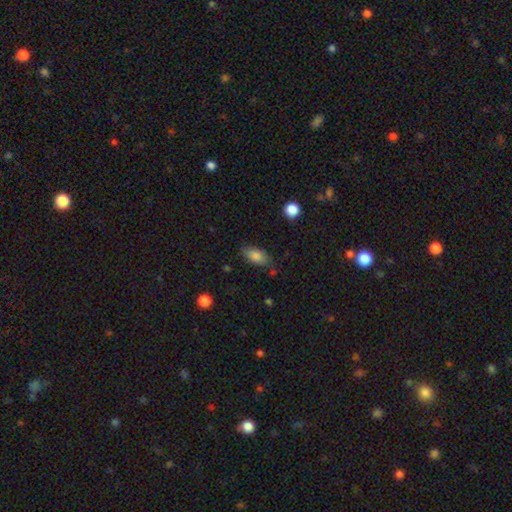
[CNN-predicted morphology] Smooth or featured: smooth — 83% (featured or disk — 9%)
How rounded: in between — 89% (cigar-shaped — 7%)
Merging: none — 76% (minor disturbance — 17%)